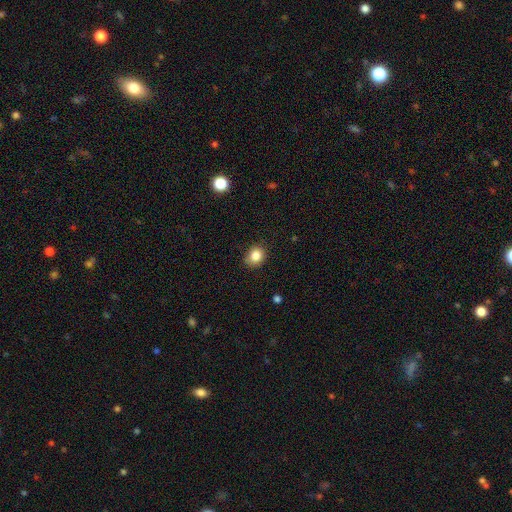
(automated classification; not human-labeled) Overall: smooth (85%). How rounded: round (60%; in between 39%). Merging: none (79%).